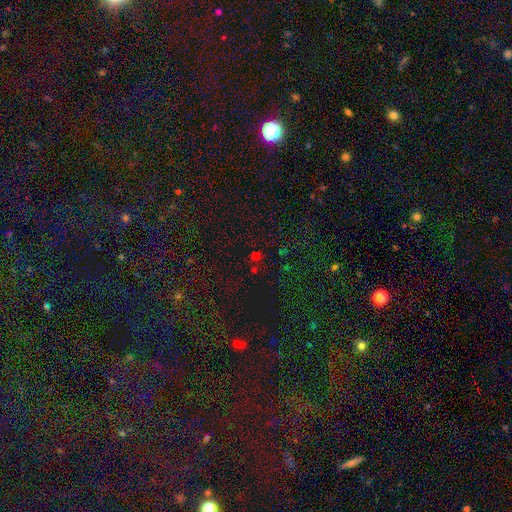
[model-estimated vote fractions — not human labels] smooth_or_featured: star or artifact (p=0.52) [alt: smooth p=0.41]